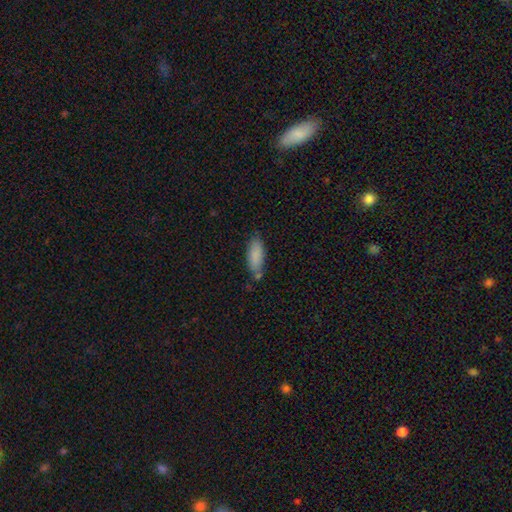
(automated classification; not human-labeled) This is clearly a smooth galaxy (86%). How rounded: likely in between (72%). Merging: likely none (65%).